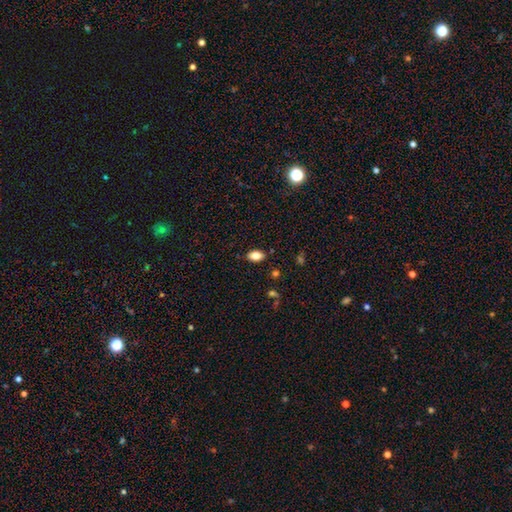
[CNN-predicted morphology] Smooth or featured? smooth (81%)
How rounded? in between (89%)
Merging? none (86%)